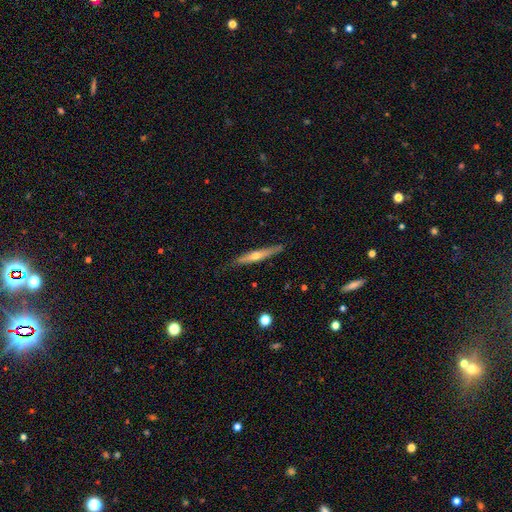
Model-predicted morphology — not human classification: Overall: featured or disk (62%; smooth 32%). Edge-on disk: yes (94%). Edge-on bulge: rounded (83%). Merging: none (84%).